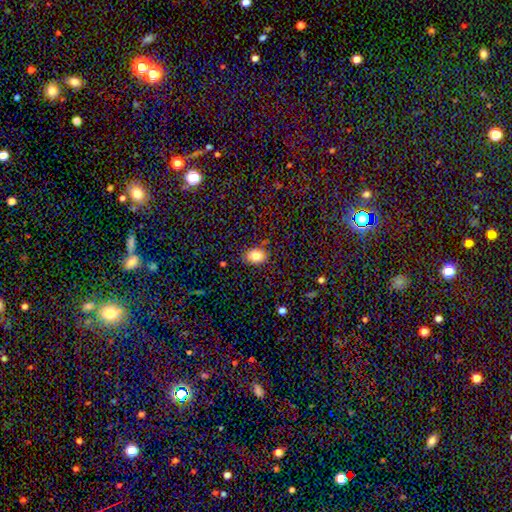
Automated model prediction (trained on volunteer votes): Morphology: type=smooth (81%); roundness=in between (69%); merging=none (82%).